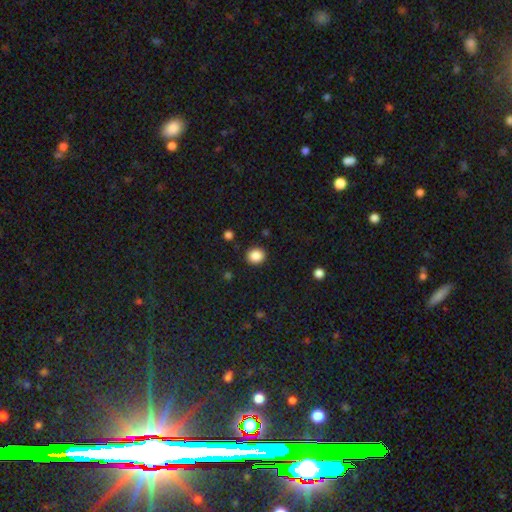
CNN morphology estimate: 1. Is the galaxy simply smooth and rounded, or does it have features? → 87% smooth, 10% star or artifact, 4% featured or disk.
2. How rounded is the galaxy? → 79% round, 21% in between, 1% cigar-shaped.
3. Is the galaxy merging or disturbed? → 90% none, 6% minor disturbance, 2% major disturbance, 1% merger.